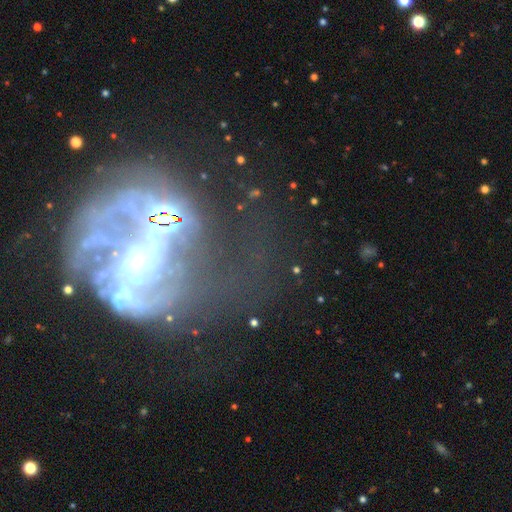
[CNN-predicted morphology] This appears to be a featured or disk galaxy (77%) with no bar (66%), spiral arms (66%) and a small central bulge (50%). Merging: major disturbance (38%).